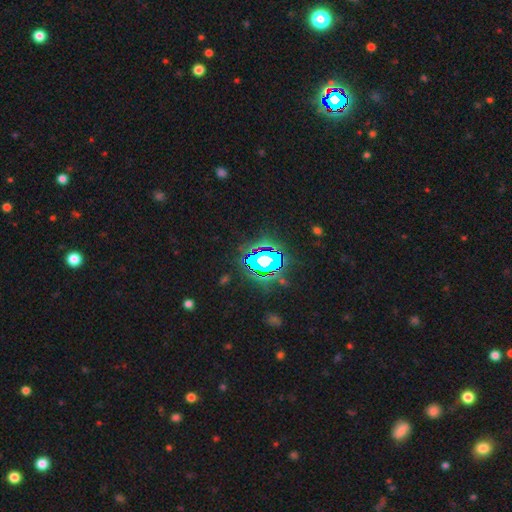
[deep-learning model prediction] A star or artifact, not a galaxy (82%).

Vote fractions:
- Smooth or featured? star or artifact: 82% / smooth: 11% / featured or disk: 7%